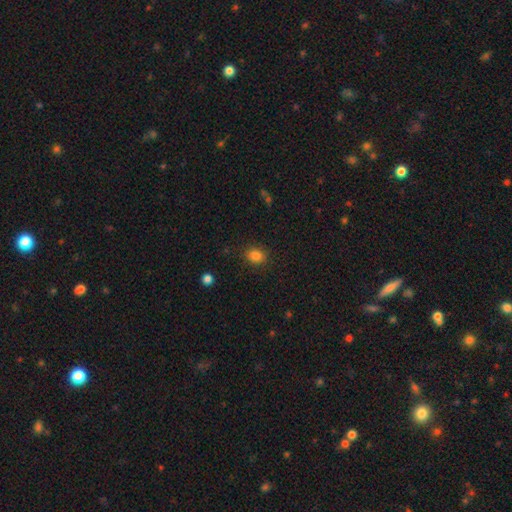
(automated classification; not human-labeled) This is clearly a smooth galaxy (85%). How rounded: possibly round (52%). Merging: clearly none (87%).